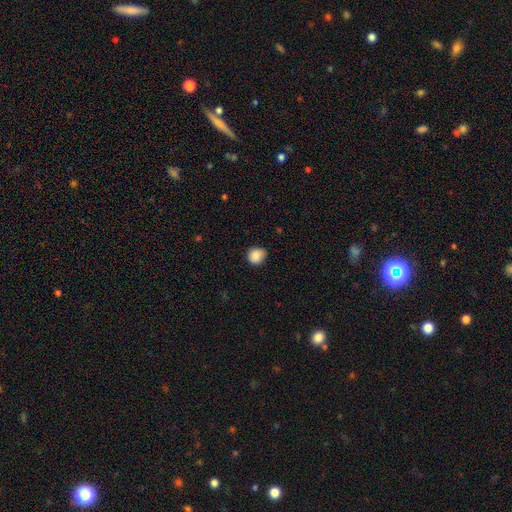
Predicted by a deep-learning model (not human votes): Smooth or featured: smooth — 88% (star or artifact — 9%)
How rounded: round — 83% (in between — 16%)
Merging: none — 76% (minor disturbance — 20%)